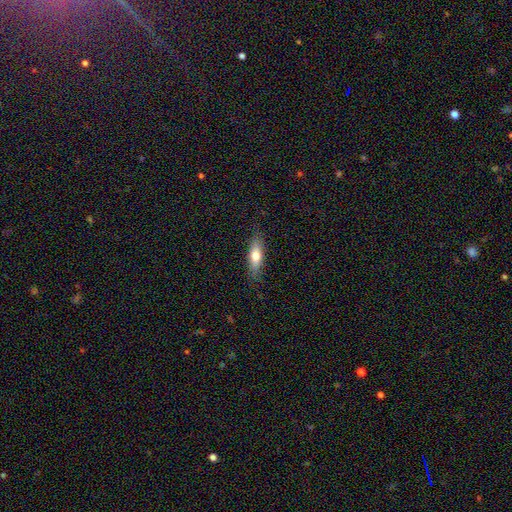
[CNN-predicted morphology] Smooth or featured? smooth (68%)
How rounded? in between (50%)
Merging? none (83%)